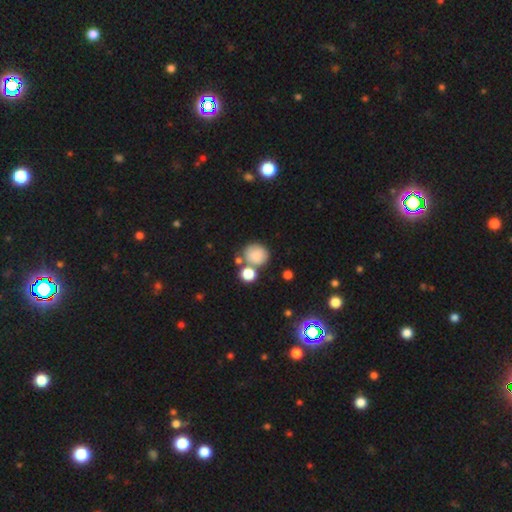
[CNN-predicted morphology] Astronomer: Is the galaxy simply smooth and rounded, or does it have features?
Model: smooth — 81%.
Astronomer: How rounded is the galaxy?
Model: round — 80%.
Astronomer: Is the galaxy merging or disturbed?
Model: none — 54%.